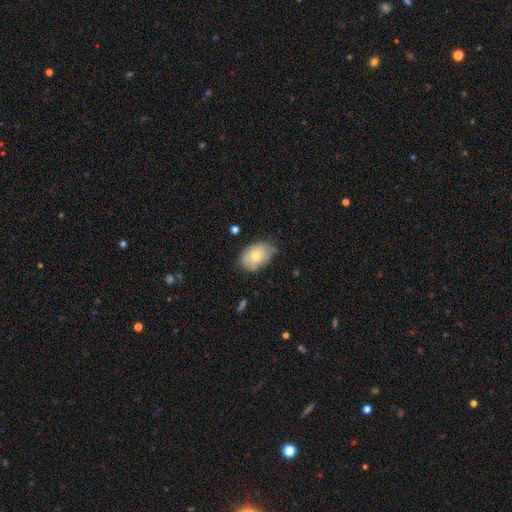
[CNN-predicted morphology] A smooth galaxy with no disk features (64%) that is in between round and cigar-shaped (82%).

Vote fractions:
- Smooth or featured? smooth: 64% / featured or disk: 29% / star or artifact: 7%
- How rounded? in between: 82% / round: 17% / cigar-shaped: 1%
- Merging? none: 64% / minor disturbance: 29% / major disturbance: 5% / merger: 2%